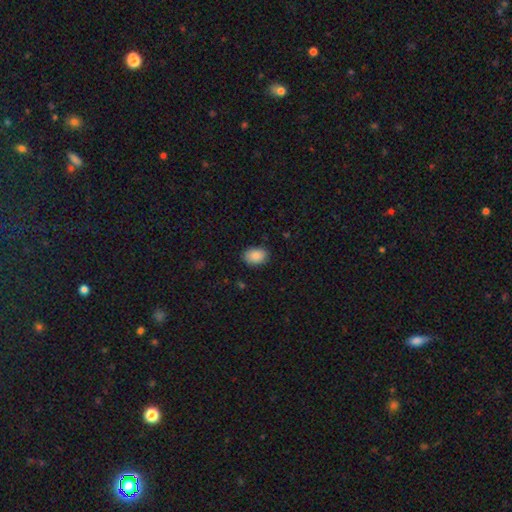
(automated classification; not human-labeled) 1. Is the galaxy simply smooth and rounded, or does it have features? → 88% smooth, 8% star or artifact, 4% featured or disk.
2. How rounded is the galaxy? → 80% in between, 19% round, 1% cigar-shaped.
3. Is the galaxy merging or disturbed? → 87% none, 10% minor disturbance, 2% major disturbance, 1% merger.